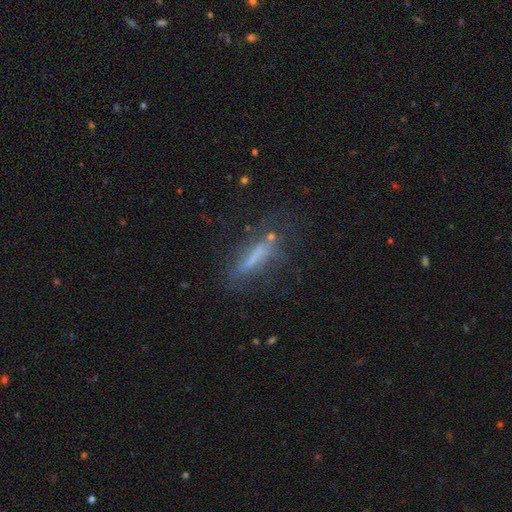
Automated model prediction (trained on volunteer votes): Smooth or featured?
  - smooth: 46% *
  - featured or disk: 41%
  - star or artifact: 14%
Merging?
  - none: 62% *
  - minor disturbance: 20%
  - major disturbance: 13%
  - merger: 4%